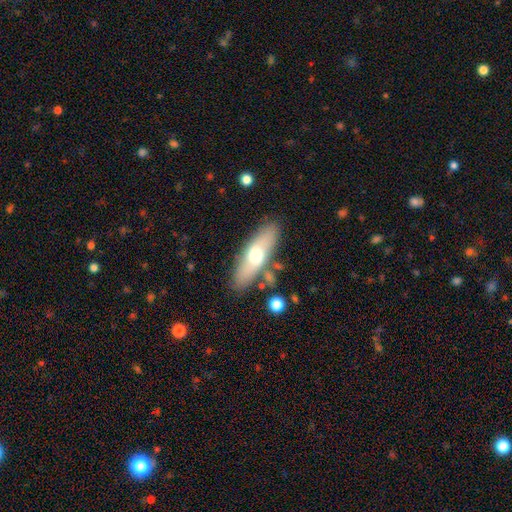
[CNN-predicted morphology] Overall: smooth (57%; featured or disk 37%). How rounded: in between (58%; cigar-shaped 40%). Merging: none (79%).